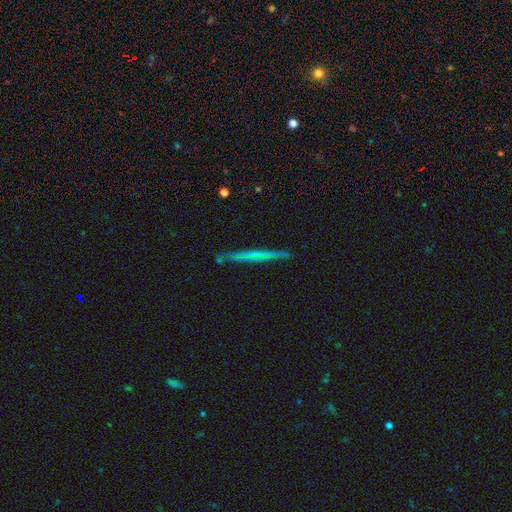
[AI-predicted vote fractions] Smooth or featured: featured or disk — 54% (smooth — 40%)
Edge-on disk: yes — 97% (no — 3%)
Edge-on bulge: none — 85% (rounded — 10%)
Merging: none — 88% (minor disturbance — 8%)